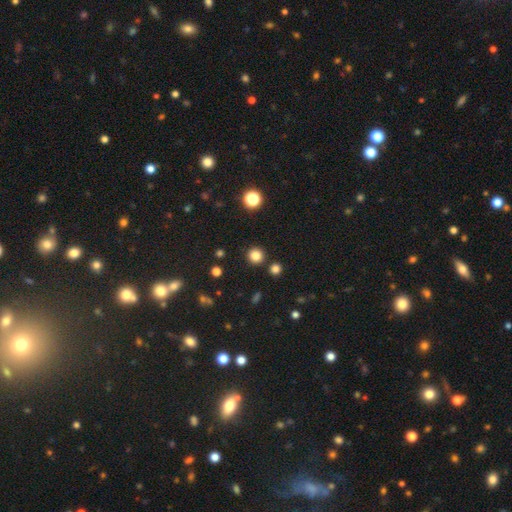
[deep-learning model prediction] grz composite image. It shows a smooth galaxy with no disk features (83%) that is round (95%). Merging: none (90%).